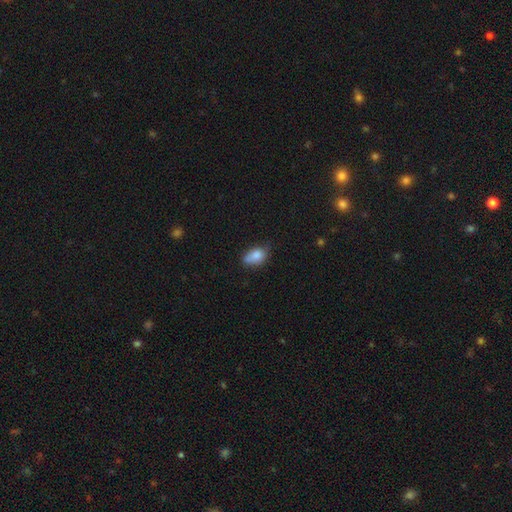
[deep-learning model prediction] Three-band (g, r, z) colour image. It shows a smooth galaxy with no disk features (80%) that is in between round and cigar-shaped (83%). Merging: none (43%).